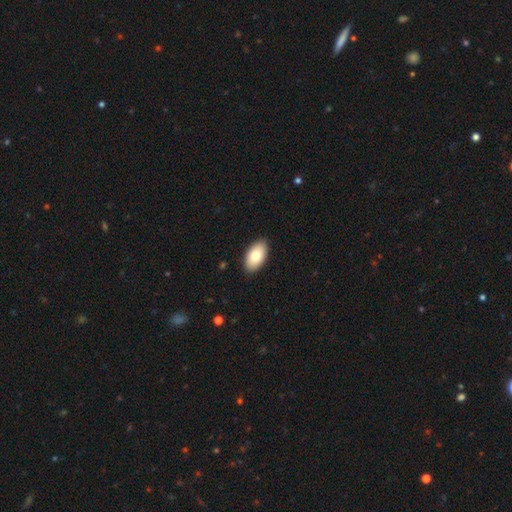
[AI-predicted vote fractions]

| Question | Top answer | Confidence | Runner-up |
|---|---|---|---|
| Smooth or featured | smooth | 78% | featured or disk (15%) |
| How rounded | in between | 95% | round (4%) |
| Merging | none | 89% | minor disturbance (9%) |